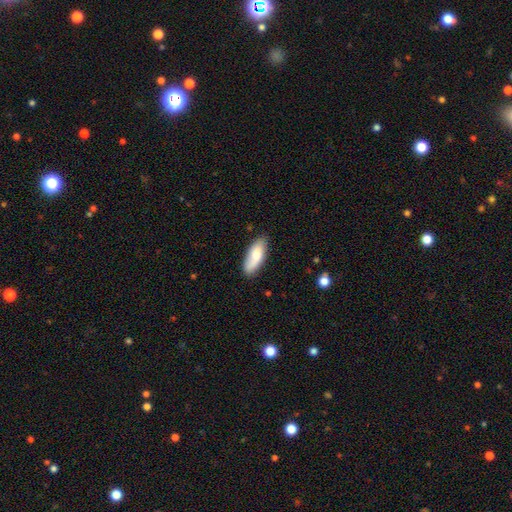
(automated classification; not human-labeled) Smooth or featured: smooth — 76% (featured or disk — 18%)
How rounded: in between — 76% (cigar-shaped — 22%)
Merging: none — 77% (minor disturbance — 17%)